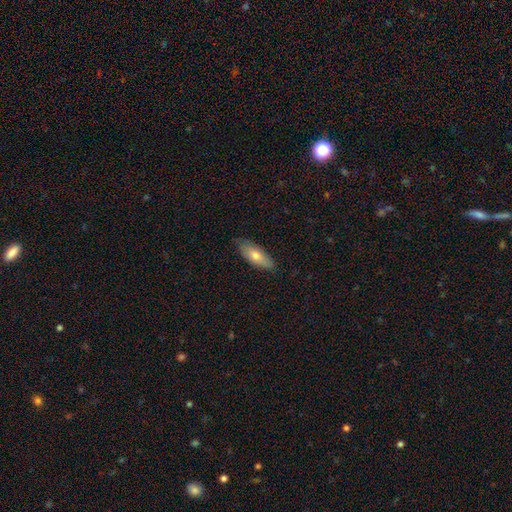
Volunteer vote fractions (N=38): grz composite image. It shows a smooth galaxy with no disk features (68%) that is in between round and cigar-shaped (58%). Merging: none (81%).